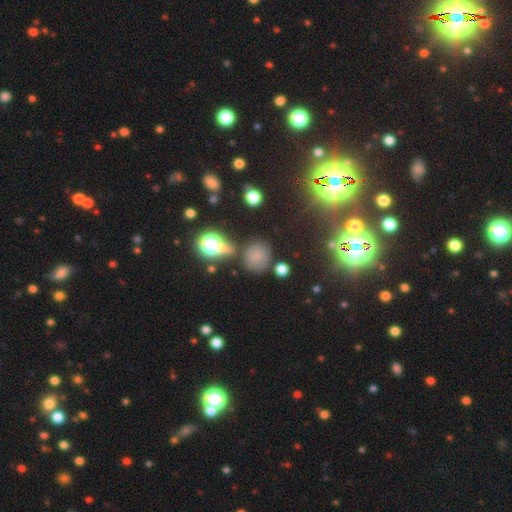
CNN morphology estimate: This is likely a smooth galaxy (61%). How rounded: likely round (73%). Merging: likely none (70%).